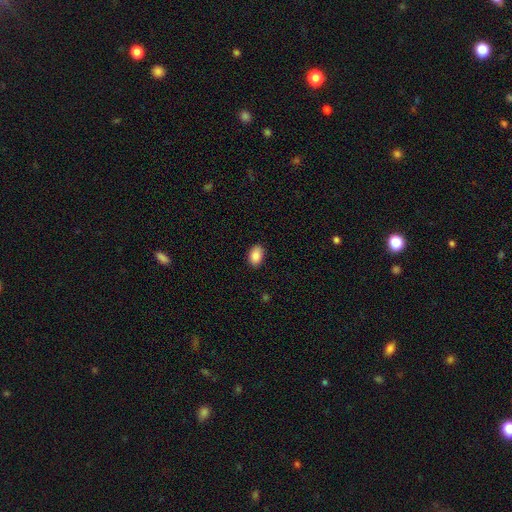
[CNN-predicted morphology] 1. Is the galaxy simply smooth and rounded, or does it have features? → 89% smooth, 7% star or artifact, 3% featured or disk.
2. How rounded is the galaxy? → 87% in between, 12% round, 1% cigar-shaped.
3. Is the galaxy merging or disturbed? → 88% none, 9% minor disturbance, 2% major disturbance, 1% merger.